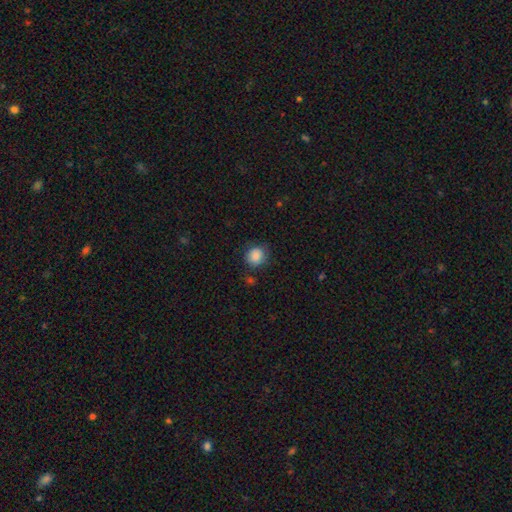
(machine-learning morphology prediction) A smooth galaxy with no disk features (87%) that is round (80%). Merging: none (77%).